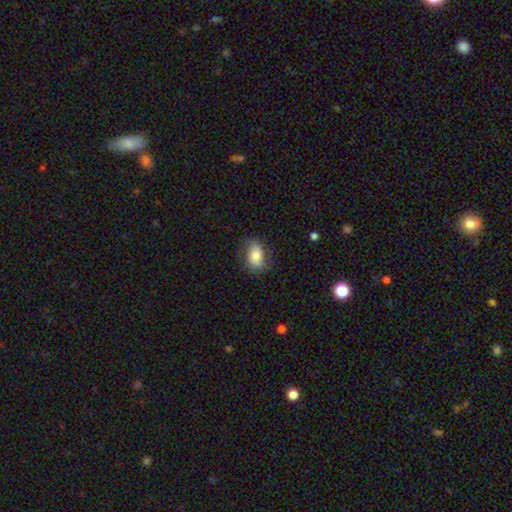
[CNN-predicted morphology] Smooth or featured?
  - smooth: 73% *
  - featured or disk: 19%
  - star or artifact: 7%
How rounded?
  - in between: 83% *
  - round: 16%
  - cigar-shaped: 2%
Merging?
  - none: 71% *
  - minor disturbance: 20%
  - major disturbance: 8%
  - merger: 1%